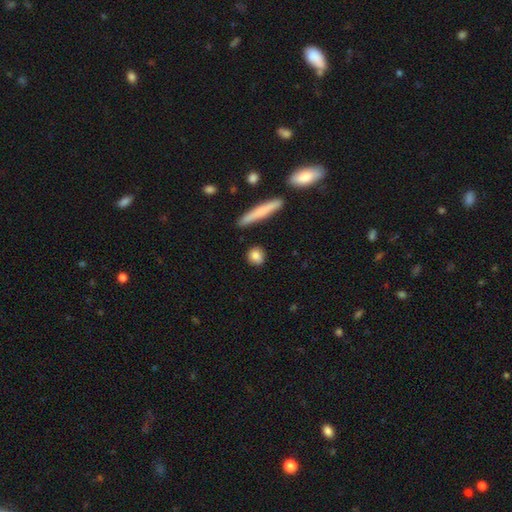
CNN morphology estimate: smooth-or-featured: smooth: 83% | featured or disk: 9% | star or artifact: 7%
  how-rounded: round: 68% | in between: 23% | cigar-shaped: 9%
  merging: none: 86% | minor disturbance: 9% | merger: 3% | major disturbance: 2%